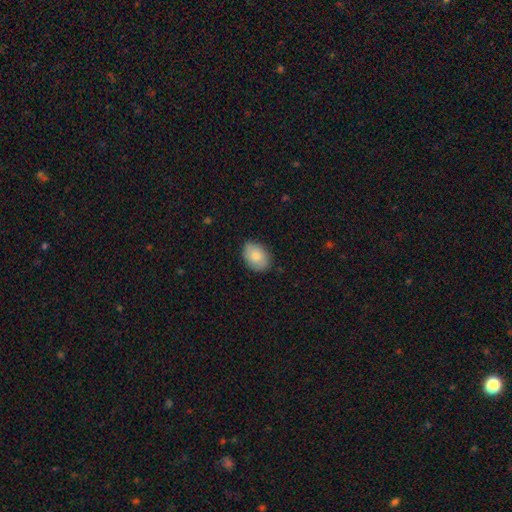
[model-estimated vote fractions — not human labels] Smooth or featured?
  - smooth: 83% *
  - featured or disk: 11%
  - star or artifact: 6%
How rounded?
  - in between: 79% *
  - round: 20%
  - cigar-shaped: 1%
Merging?
  - none: 84% *
  - minor disturbance: 12%
  - major disturbance: 2%
  - merger: 1%